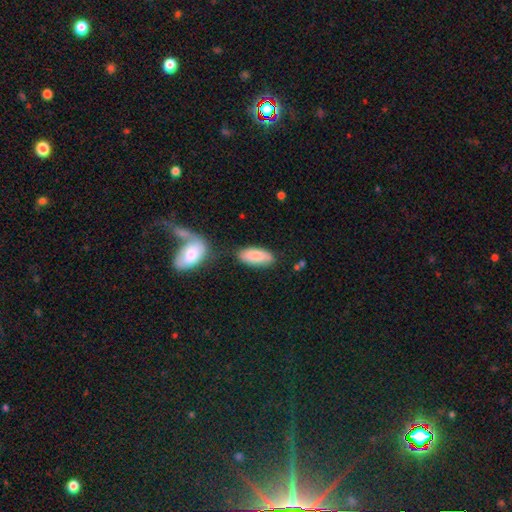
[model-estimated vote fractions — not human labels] smooth-or-featured: smooth: 87% | featured or disk: 7% | star or artifact: 6%
  how-rounded: in between: 85% | cigar-shaped: 13% | round: 2%
  merging: none: 74% | minor disturbance: 15% | merger: 8% | major disturbance: 4%